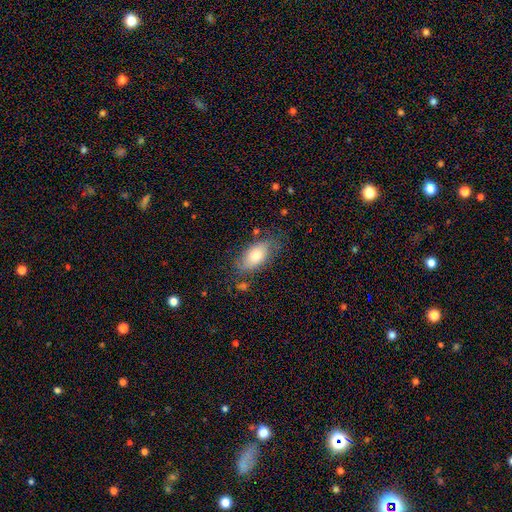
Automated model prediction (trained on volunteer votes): Smooth or featured? Predicted: smooth (p=0.75). How rounded? Predicted: in between (p=0.91). Merging? Predicted: none (p=0.69).